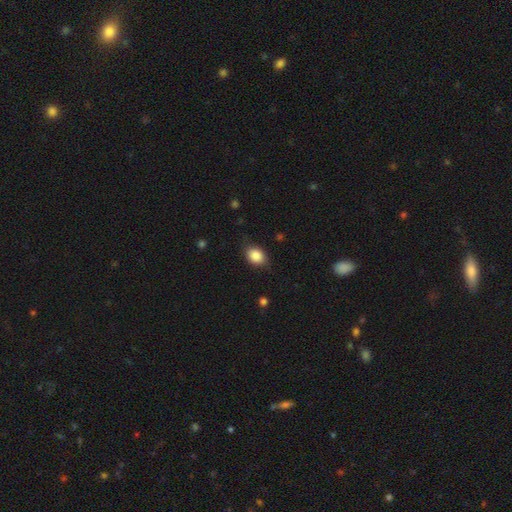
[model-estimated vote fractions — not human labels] smooth_or_featured: smooth (p=0.86) [alt: star or artifact p=0.08]
how_rounded: in between (p=0.68) [alt: round p=0.30]
merging: none (p=0.79) [alt: minor disturbance p=0.17]